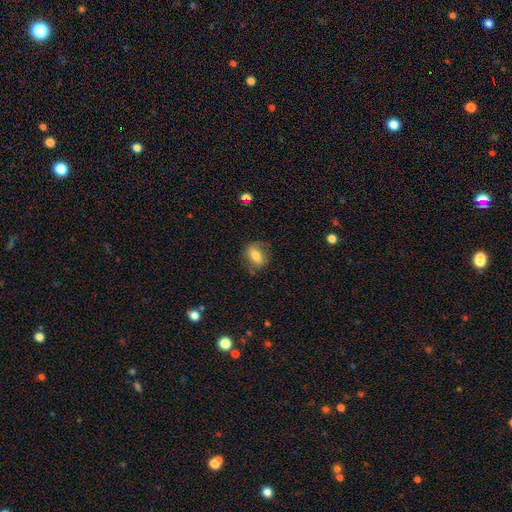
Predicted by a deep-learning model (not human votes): This is likely a smooth galaxy (65%). How rounded: likely in between (73%). Merging: likely none (67%).